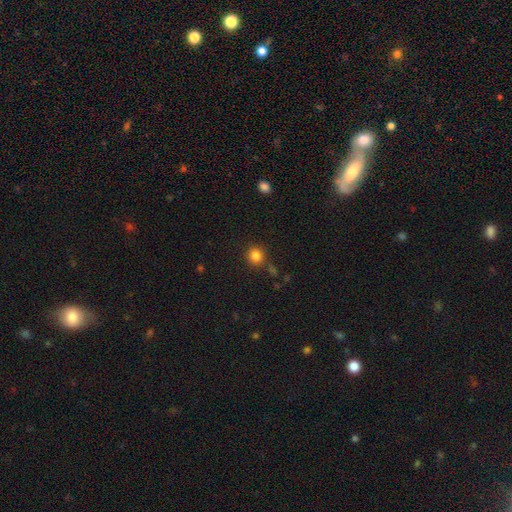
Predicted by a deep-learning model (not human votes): Morphology: type=smooth (84%); roundness=round (88%); merging=none (82%).